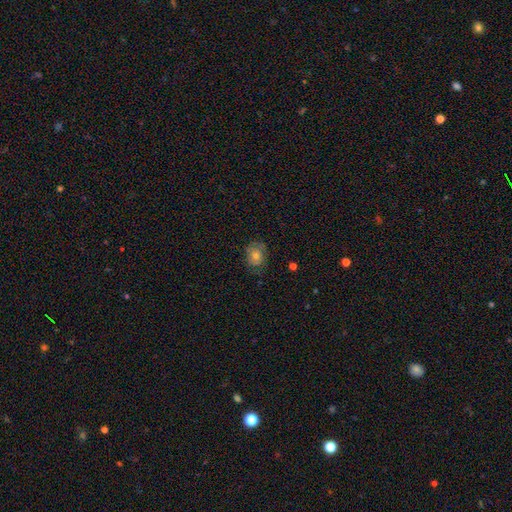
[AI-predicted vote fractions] Q: Smooth or featured?
A: smooth (48%); runner-up: featured or disk (38%)
Q: Merging?
A: none (75%); runner-up: minor disturbance (18%)